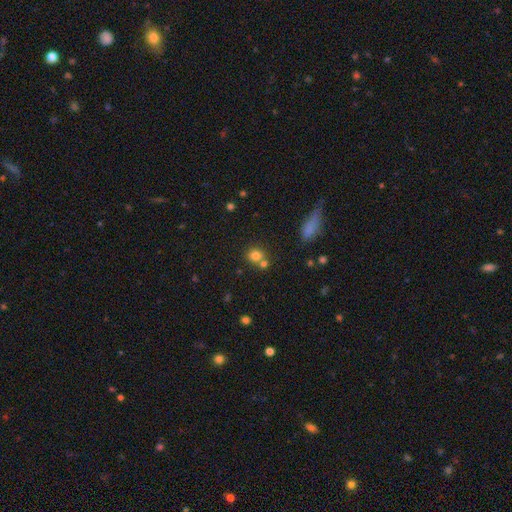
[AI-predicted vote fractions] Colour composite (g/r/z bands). It shows a smooth galaxy with no disk features (77%) that is round (78%). Merging: none (55%).